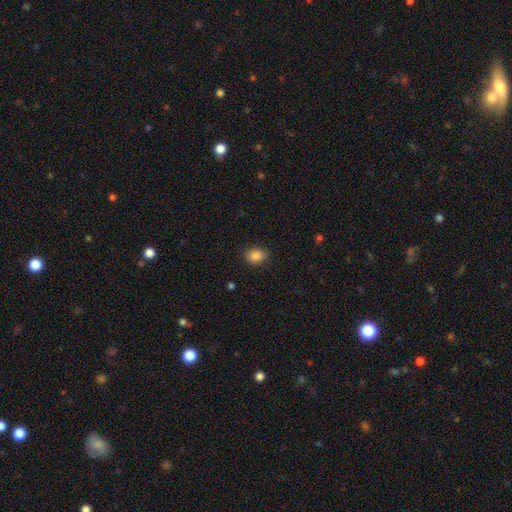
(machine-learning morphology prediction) smooth 87%, star or artifact 9%, featured or disk 4%. Down the decision tree: how rounded — in between (53%); merging — none (85%).